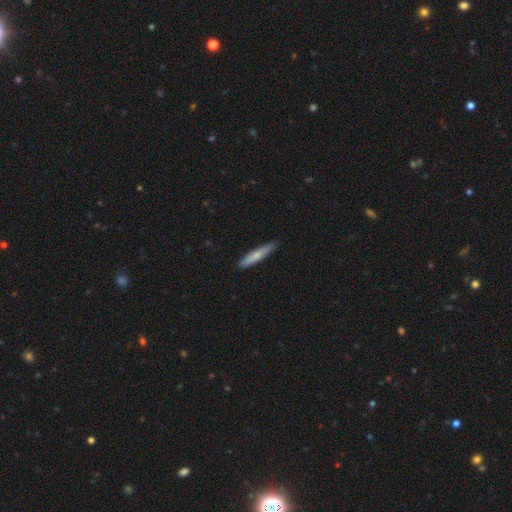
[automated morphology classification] This appears to be a smooth galaxy with no disk features (70%) that is cigar-shaped (89%). Merging: none (87%).